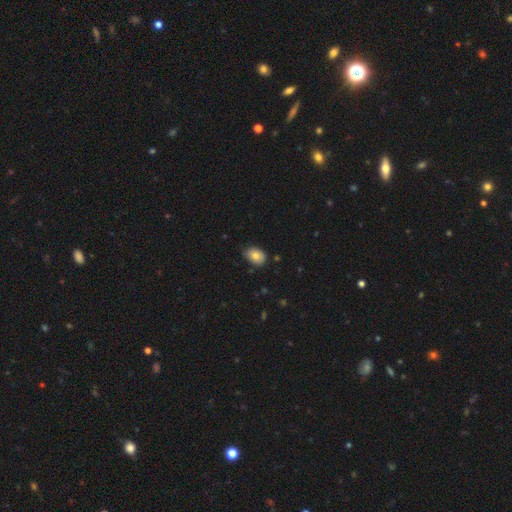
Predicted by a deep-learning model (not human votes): Smooth or featured? smooth (77%)
How rounded? in between (78%)
Merging? none (73%)